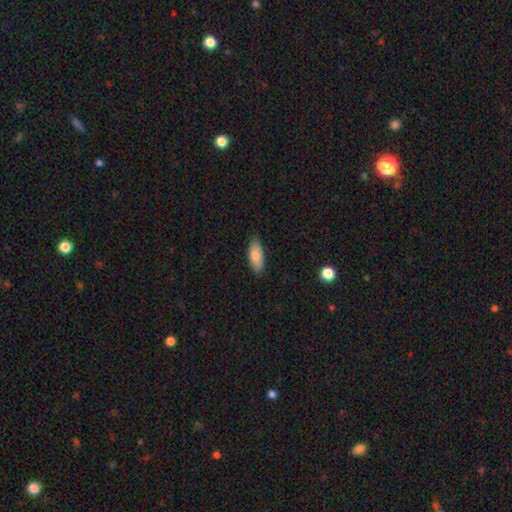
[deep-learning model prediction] A smooth galaxy with no disk features (84%) that is in between round and cigar-shaped (83%). Merging: none (84%).